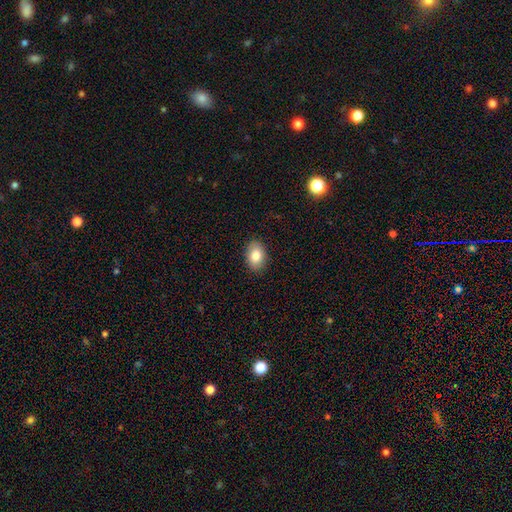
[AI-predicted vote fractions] smooth 83%, featured or disk 10%, star or artifact 7%. Down the decision tree: how rounded — in between (86%); merging — none (88%).